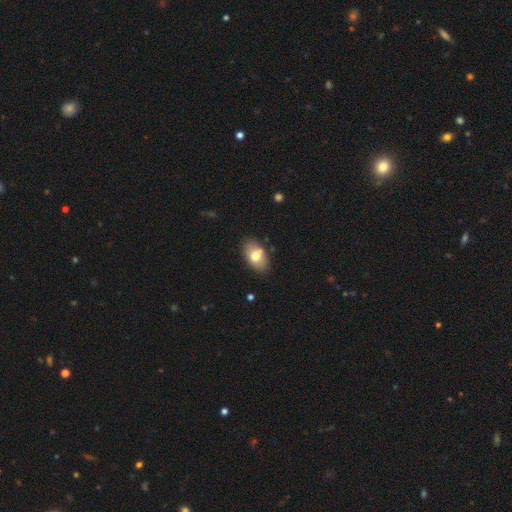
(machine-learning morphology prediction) This appears to be a smooth galaxy with no disk features (72%) that is in between round and cigar-shaped (89%). Merging: none (80%).